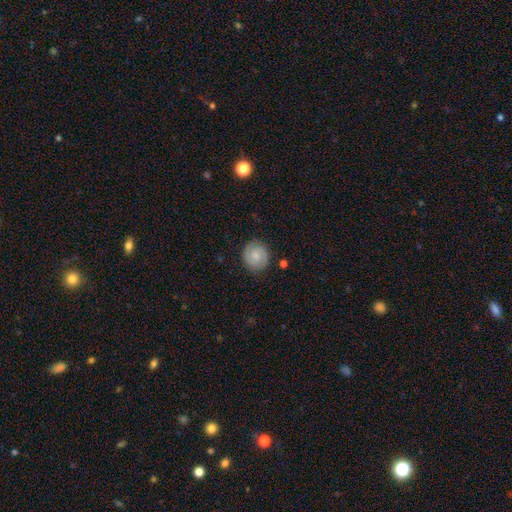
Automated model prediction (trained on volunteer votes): smooth_or_featured: featured or disk (p=0.62) [alt: smooth p=0.31]
disk_edge_on: no (p=0.98) [alt: yes p=0.02]
bar: no (p=0.56) [alt: weak p=0.39]
has_spiral_arms: yes (p=0.94) [alt: no p=0.06]
spiral_winding: tight (p=0.55) [alt: medium p=0.37]
spiral_arm_count: 2 (p=0.88) [alt: can't tell p=0.06]
bulge_size: small (p=0.40) [alt: moderate p=0.37]
merging: none (p=0.86) [alt: minor disturbance p=0.10]